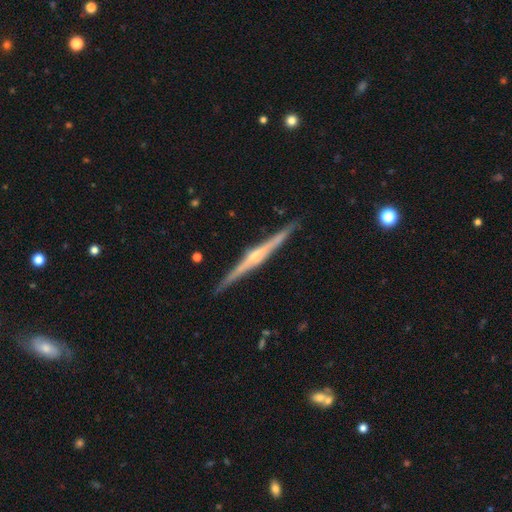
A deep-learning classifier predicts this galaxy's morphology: smooth_or_featured: featured or disk (p=0.83) [alt: smooth p=0.12]
disk_edge_on: yes (p=0.99) [alt: no p=0.01]
edge_on_bulge: rounded (p=0.75) [alt: none p=0.13]
merging: none (p=0.91) [alt: minor disturbance p=0.07]